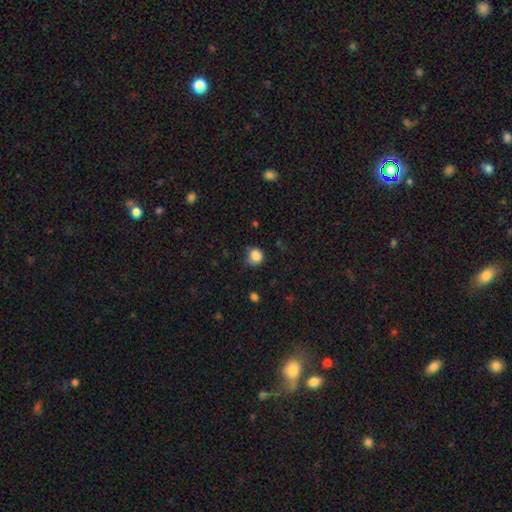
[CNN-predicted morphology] smooth 86%, star or artifact 10%, featured or disk 4%. Down the decision tree: how rounded — round (82%); merging — none (66%).